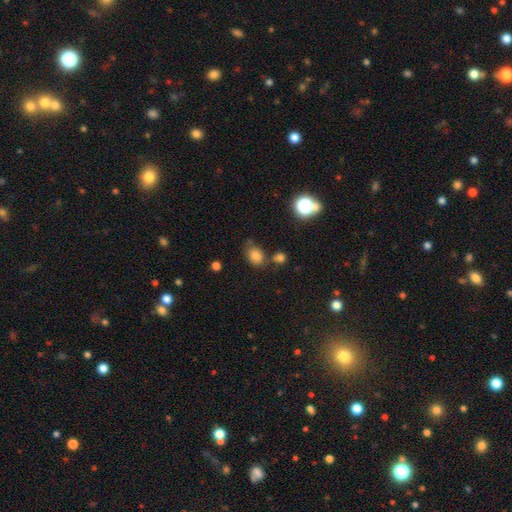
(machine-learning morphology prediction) smooth-or-featured: smooth: 80% | star or artifact: 13% | featured or disk: 6%
  how-rounded: in between: 63% | round: 36% | cigar-shaped: 1%
  merging: none: 61% | minor disturbance: 19% | merger: 14% | major disturbance: 6%